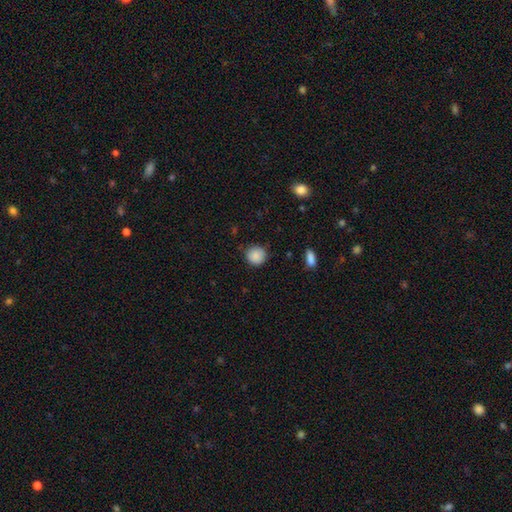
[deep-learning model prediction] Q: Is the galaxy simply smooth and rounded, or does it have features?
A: smooth — 87%.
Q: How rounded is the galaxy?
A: round — 91%.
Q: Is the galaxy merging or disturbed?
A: none — 83%.